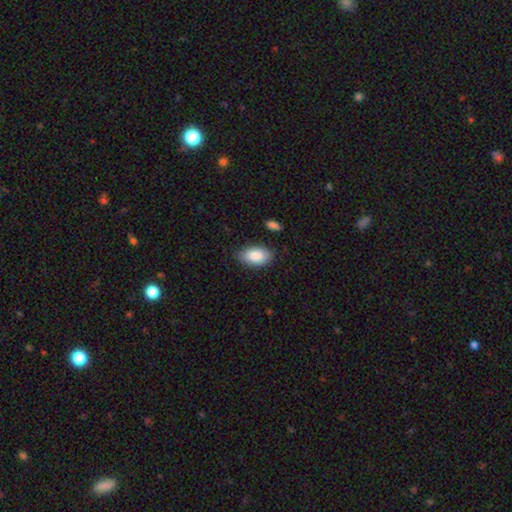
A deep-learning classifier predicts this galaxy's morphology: Q: Smooth or featured?
A: smooth (87%); runner-up: featured or disk (7%)
Q: How rounded?
A: in between (94%); runner-up: round (4%)
Q: Merging?
A: none (82%); runner-up: minor disturbance (13%)